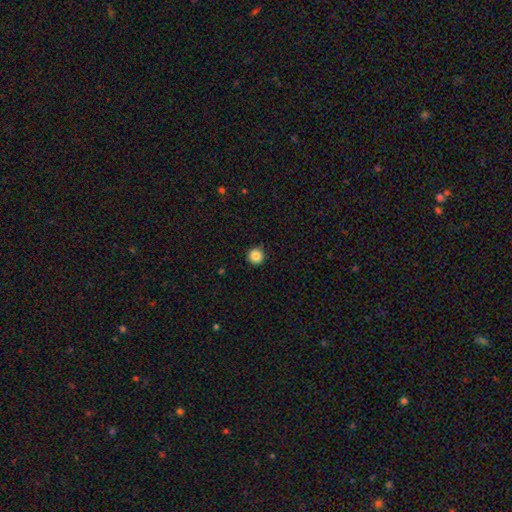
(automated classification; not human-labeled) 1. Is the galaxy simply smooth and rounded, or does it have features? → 86% smooth, 10% star or artifact, 4% featured or disk.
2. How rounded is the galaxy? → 95% round, 4% in between, 1% cigar-shaped.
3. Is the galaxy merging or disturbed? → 90% none, 7% minor disturbance, 2% major disturbance, 1% merger.